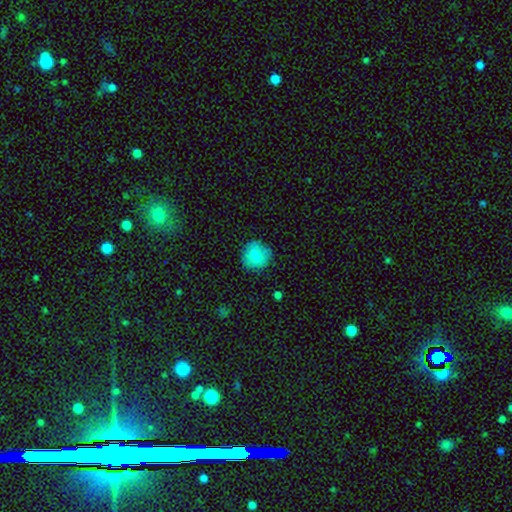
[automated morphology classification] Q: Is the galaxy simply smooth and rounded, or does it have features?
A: smooth — 86%.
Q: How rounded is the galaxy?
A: round — 91%.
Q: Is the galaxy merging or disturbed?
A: none — 84%.